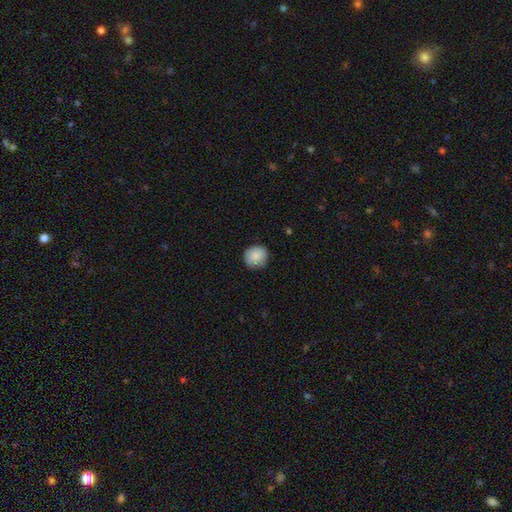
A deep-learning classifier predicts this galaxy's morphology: This is clearly a smooth galaxy (86%). How rounded: clearly round (85%). Merging: clearly none (83%).